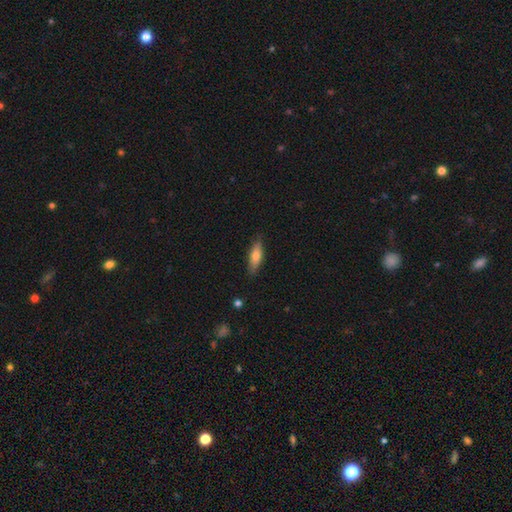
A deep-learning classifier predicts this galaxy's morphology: Smooth or featured?
  - smooth: 68% *
  - featured or disk: 26%
  - star or artifact: 6%
How rounded?
  - cigar-shaped: 50% *
  - in between: 48%
  - round: 2%
Merging?
  - none: 84% *
  - minor disturbance: 13%
  - major disturbance: 2%
  - merger: 1%